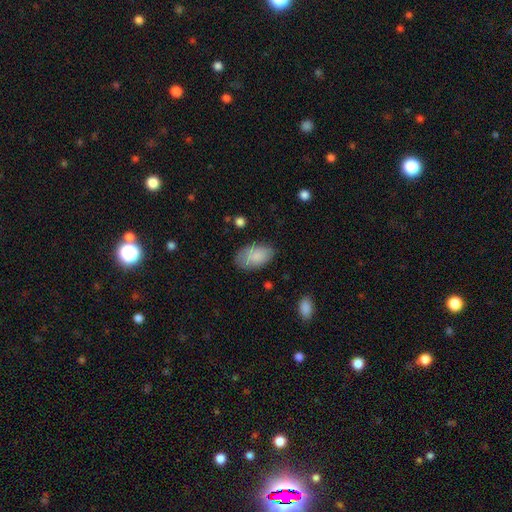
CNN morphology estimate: This appears to be a smooth galaxy with no disk features (82%) that is in between round and cigar-shaped (92%). Merging: none (70%).